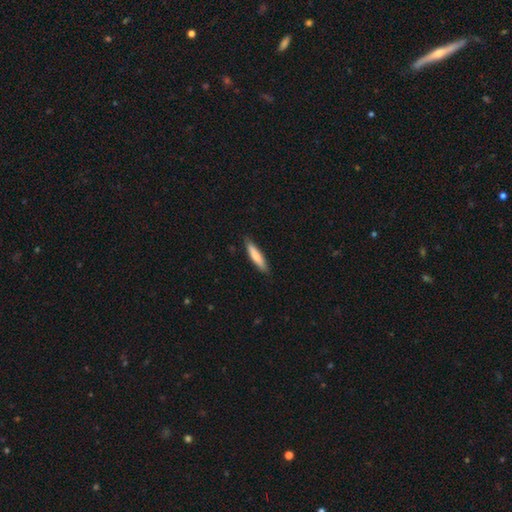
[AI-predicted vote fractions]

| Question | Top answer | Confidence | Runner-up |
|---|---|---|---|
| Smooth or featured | smooth | 74% | featured or disk (20%) |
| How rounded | cigar-shaped | 81% | in between (18%) |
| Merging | none | 86% | minor disturbance (11%) |